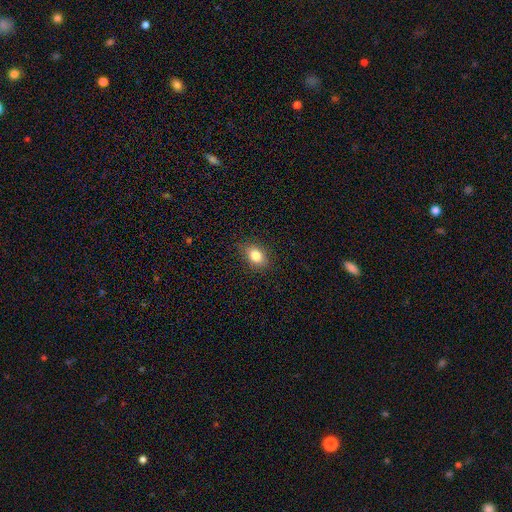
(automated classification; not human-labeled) smooth_or_featured: smooth (p=0.83) [alt: star or artifact p=0.10]
how_rounded: in between (p=0.70) [alt: round p=0.28]
merging: none (p=0.84) [alt: minor disturbance p=0.12]